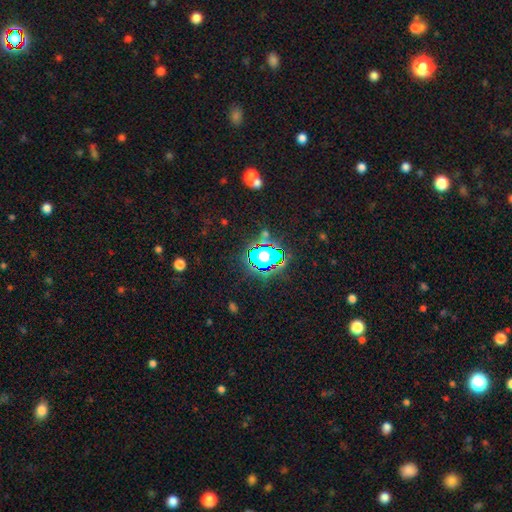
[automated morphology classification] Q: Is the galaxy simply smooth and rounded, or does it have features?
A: star or artifact — 82%.